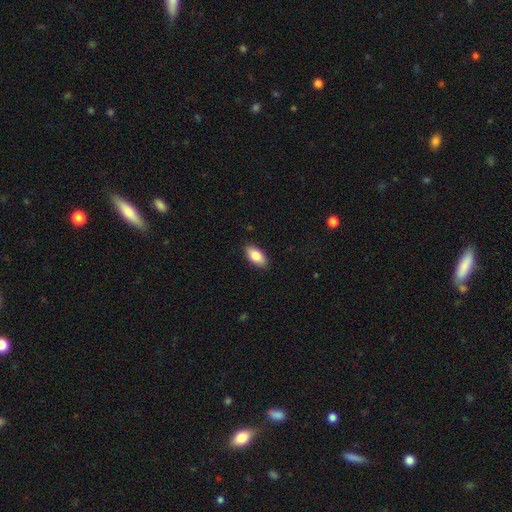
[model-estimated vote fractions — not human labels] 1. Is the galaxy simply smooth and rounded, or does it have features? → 84% smooth, 10% featured or disk, 6% star or artifact.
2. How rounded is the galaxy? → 92% in between, 6% cigar-shaped, 3% round.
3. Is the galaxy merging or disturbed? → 88% none, 9% minor disturbance, 2% major disturbance, 1% merger.